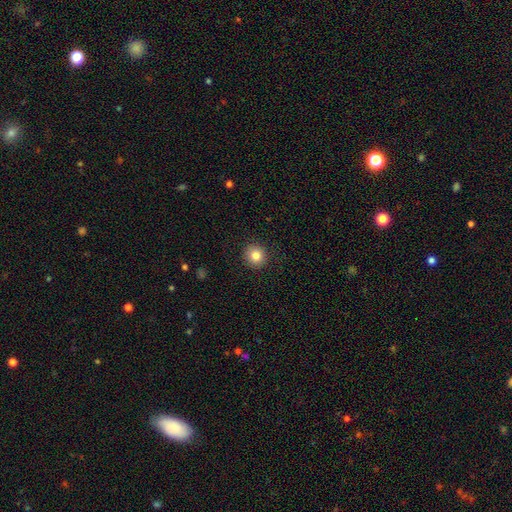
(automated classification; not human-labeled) smooth_or_featured: smooth (p=0.84) [alt: star or artifact p=0.10]
how_rounded: round (p=0.91) [alt: in between p=0.08]
merging: none (p=0.91) [alt: minor disturbance p=0.06]